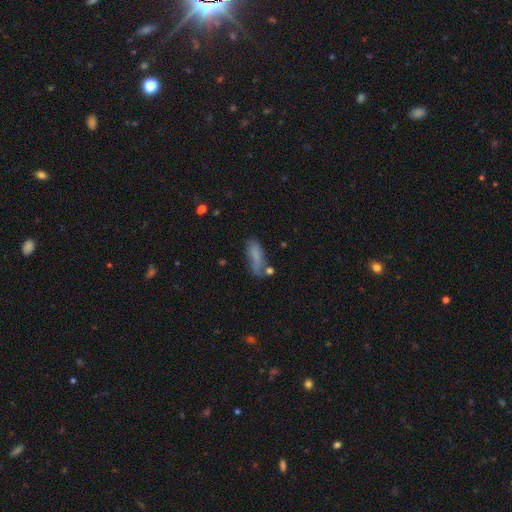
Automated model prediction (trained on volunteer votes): smooth_or_featured: smooth (p=0.74) [alt: featured or disk p=0.16]
how_rounded: in between (p=0.61) [alt: cigar-shaped p=0.37]
merging: none (p=0.49) [alt: minor disturbance p=0.27]